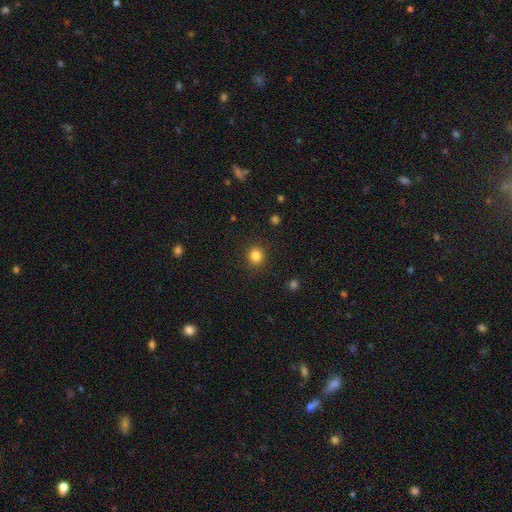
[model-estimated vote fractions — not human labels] Morphology: type=smooth (84%); roundness=round (87%); merging=none (90%).